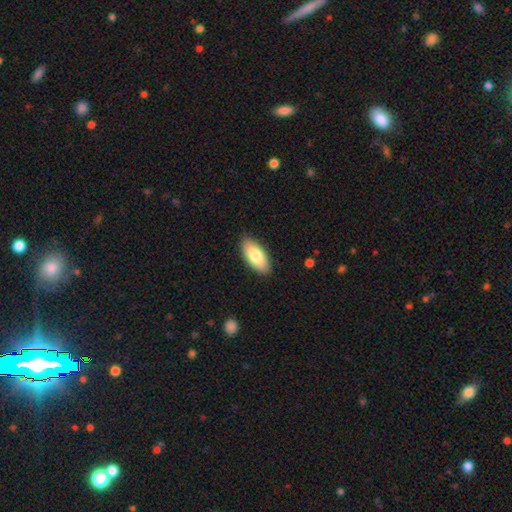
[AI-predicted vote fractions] smooth 81%, featured or disk 13%, star or artifact 6%. Down the decision tree: how rounded — in between (91%); merging — none (88%).